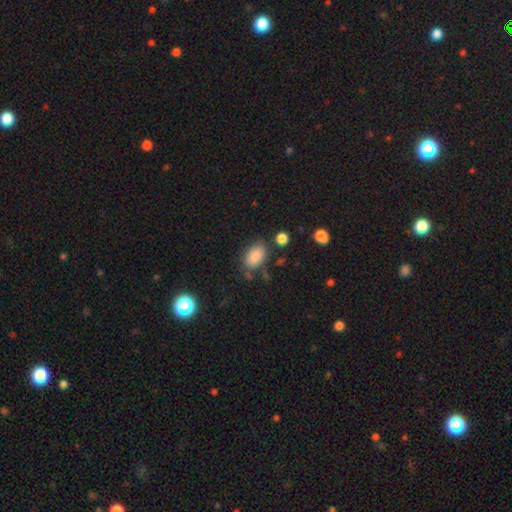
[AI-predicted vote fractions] Q: Smooth or featured?
A: smooth (85%); runner-up: star or artifact (9%)
Q: How rounded?
A: in between (90%); runner-up: round (8%)
Q: Merging?
A: none (72%); runner-up: minor disturbance (17%)